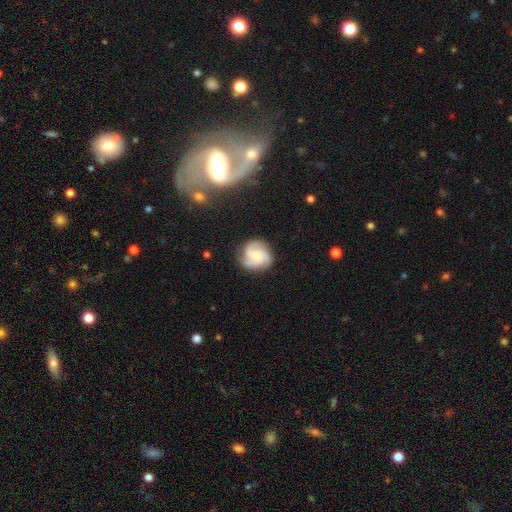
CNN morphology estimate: featured or disk 79%, smooth 15%, star or artifact 6%. Down the decision tree: edge-on disk — no (98%); bar — no (69%); spiral arms — yes (97%); spiral arm count — 3 (72%); spiral winding — medium (47%); bulge size — small (49%); merging — none (78%).